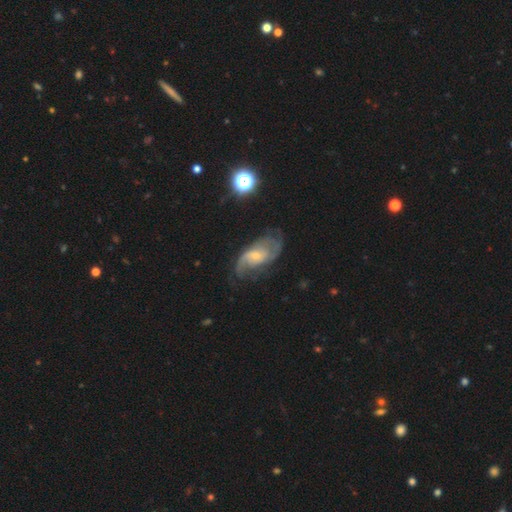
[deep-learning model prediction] This appears to be a featured or disk galaxy (77%) with no bar (51%), 2 (57%) medium (43%) spiral arms (91%) and a small central bulge (64%). Merging: none (53%).